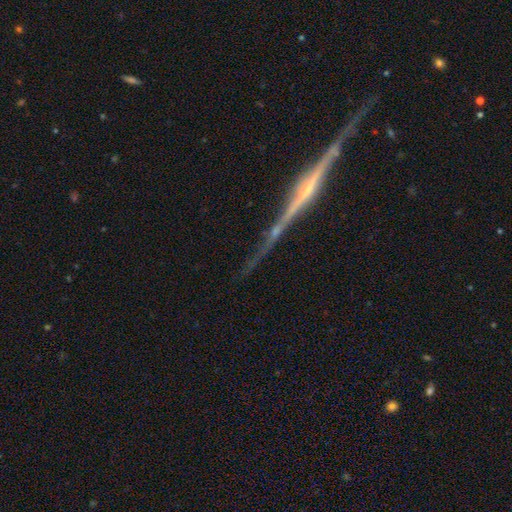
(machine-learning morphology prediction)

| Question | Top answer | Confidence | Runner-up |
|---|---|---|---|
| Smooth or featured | featured or disk | 87% | star or artifact (7%) |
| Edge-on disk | yes | 97% | no (3%) |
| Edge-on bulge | rounded | 60% | boxy (20%) |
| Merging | none | 81% | minor disturbance (13%) |